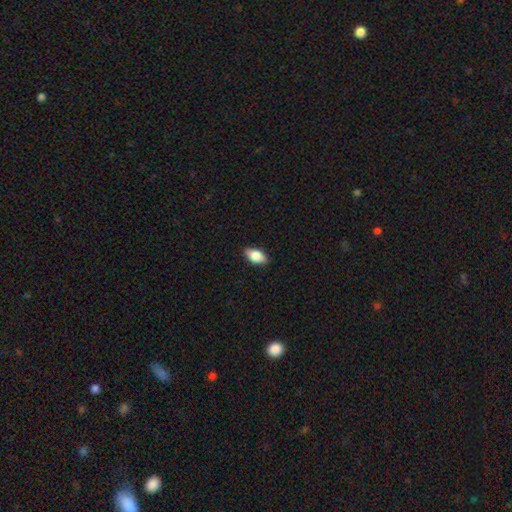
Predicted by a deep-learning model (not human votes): Morphology: type=smooth (78%); roundness=in between (89%); merging=none (87%).